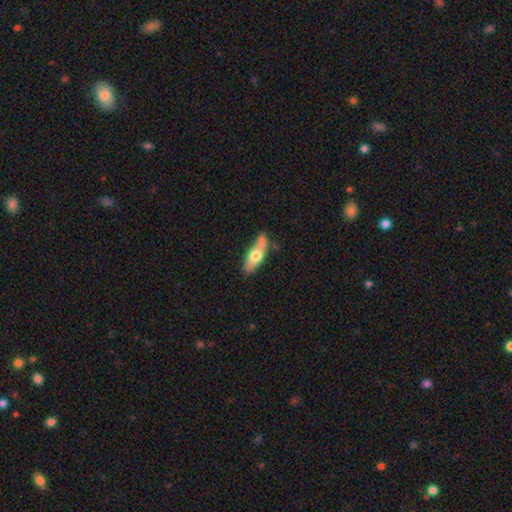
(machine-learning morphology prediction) This is possibly a smooth galaxy (59%). How rounded: likely in between (65%). Merging: possibly none (57%).